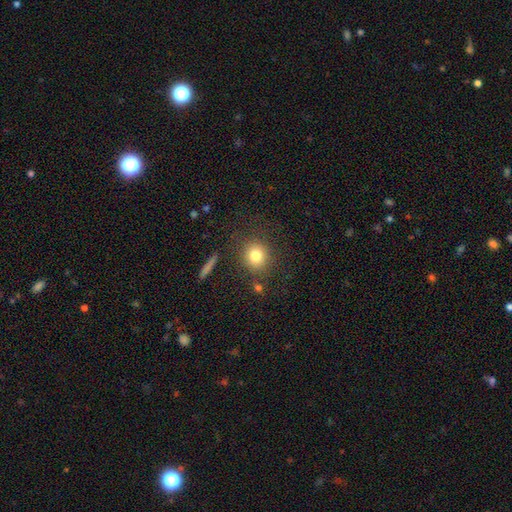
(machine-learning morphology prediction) Overall: smooth (80%). How rounded: round (84%). Merging: none (83%).